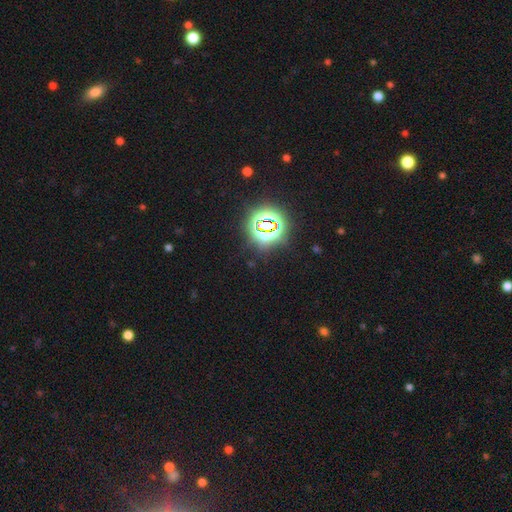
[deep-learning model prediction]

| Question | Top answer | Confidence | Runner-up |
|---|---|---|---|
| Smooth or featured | star or artifact | 82% | smooth (11%) |